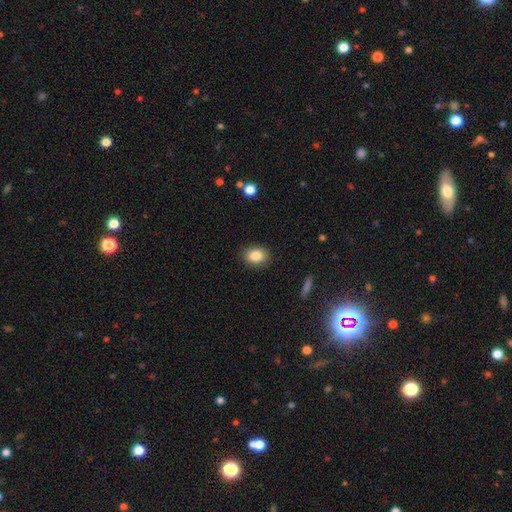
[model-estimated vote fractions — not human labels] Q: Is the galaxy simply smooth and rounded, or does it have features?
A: smooth — 85%.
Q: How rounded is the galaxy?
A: in between — 60%.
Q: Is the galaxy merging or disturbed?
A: none — 88%.